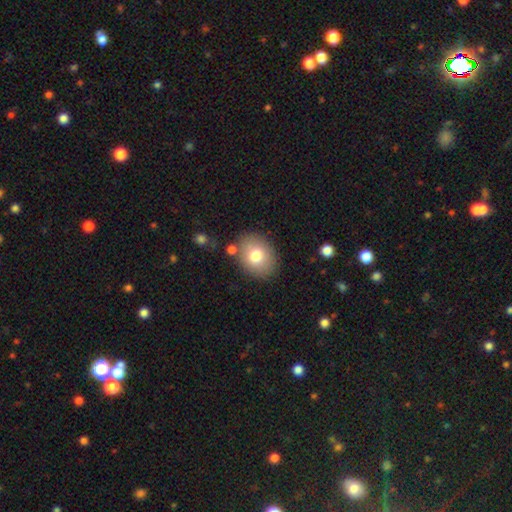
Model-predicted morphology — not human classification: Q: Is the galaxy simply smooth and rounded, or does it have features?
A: smooth — 77%.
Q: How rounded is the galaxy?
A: in between — 53%.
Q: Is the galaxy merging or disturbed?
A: none — 79%.